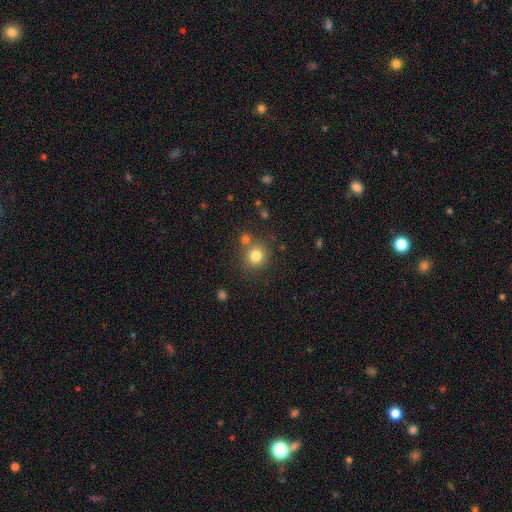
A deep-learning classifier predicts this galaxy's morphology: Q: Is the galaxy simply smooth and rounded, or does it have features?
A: smooth — 80%.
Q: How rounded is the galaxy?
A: round — 88%.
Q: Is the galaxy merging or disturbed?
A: none — 73%.